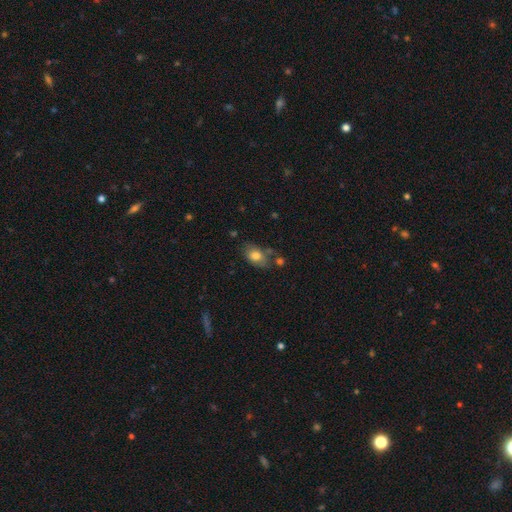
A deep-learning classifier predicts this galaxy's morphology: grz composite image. It shows a smooth galaxy with no disk features (74%) that is in between round and cigar-shaped (83%). Merging: none (55%).